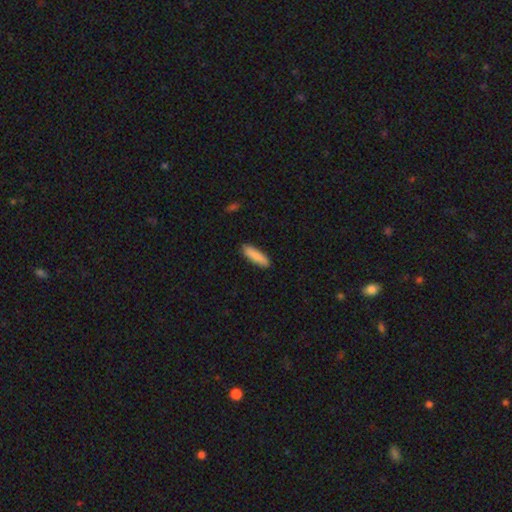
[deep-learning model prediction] This is clearly a smooth galaxy (87%). How rounded: likely cigar-shaped (69%). Merging: clearly none (88%).